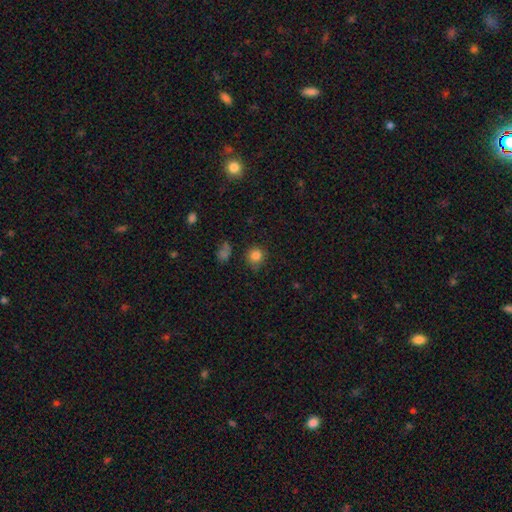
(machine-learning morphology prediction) This appears to be a smooth galaxy with no disk features (83%) that is round (90%). Merging: none (78%).